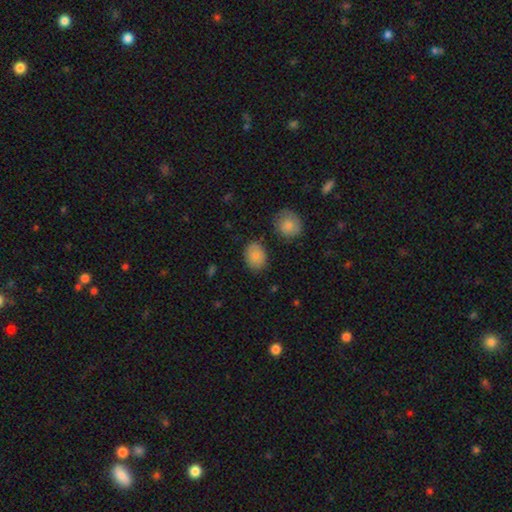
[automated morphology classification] type=smooth (86%); roundness=in between (68%); merging=none (80%).